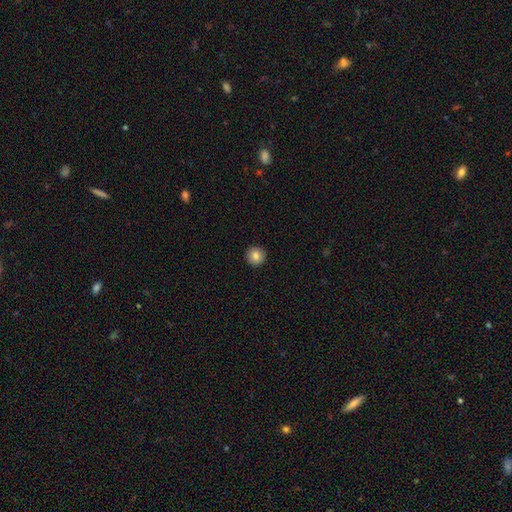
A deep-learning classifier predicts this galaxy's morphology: Smooth or featured? smooth (83%)
How rounded? round (96%)
Merging? none (93%)